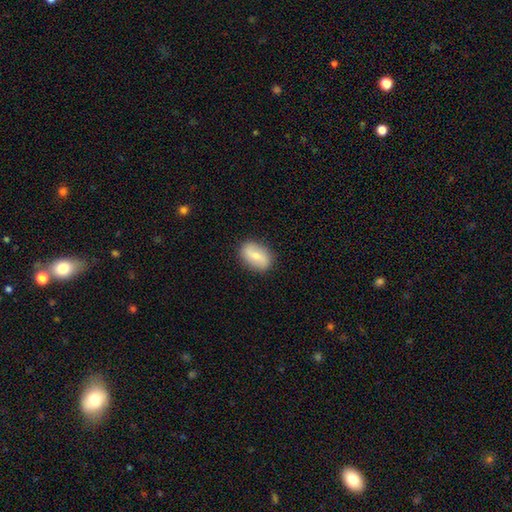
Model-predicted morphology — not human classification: type=smooth (69%); roundness=in between (85%); merging=none (85%).